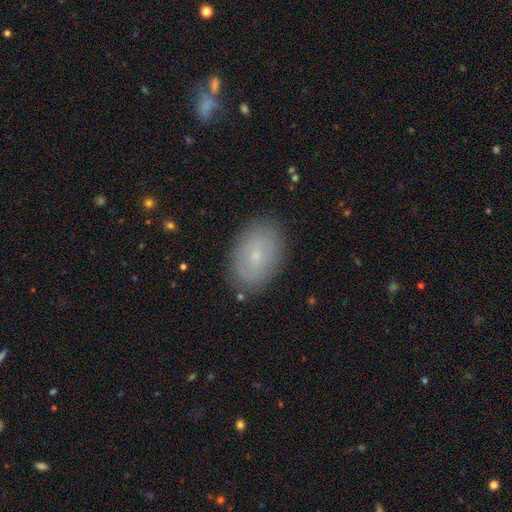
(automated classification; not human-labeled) This is likely a smooth galaxy (62%). How rounded: clearly in between (88%). Merging: clearly none (86%).